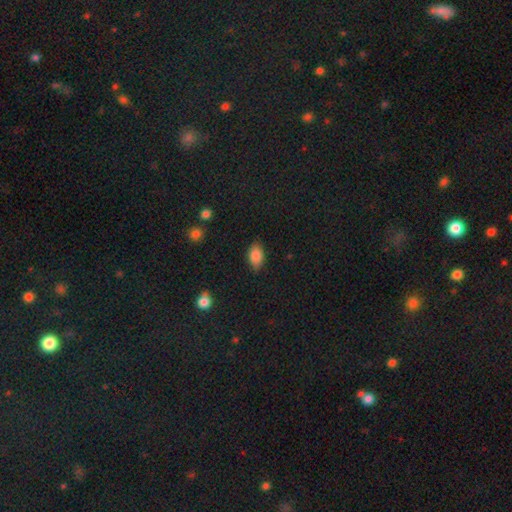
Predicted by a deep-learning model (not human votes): A smooth galaxy with no disk features (84%) that is in between round and cigar-shaped (89%).

Vote fractions:
- Smooth or featured? smooth: 84% / star or artifact: 8% / featured or disk: 7%
- How rounded? in between: 89% / round: 8% / cigar-shaped: 3%
- Merging? none: 82% / minor disturbance: 14% / major disturbance: 3% / merger: 1%